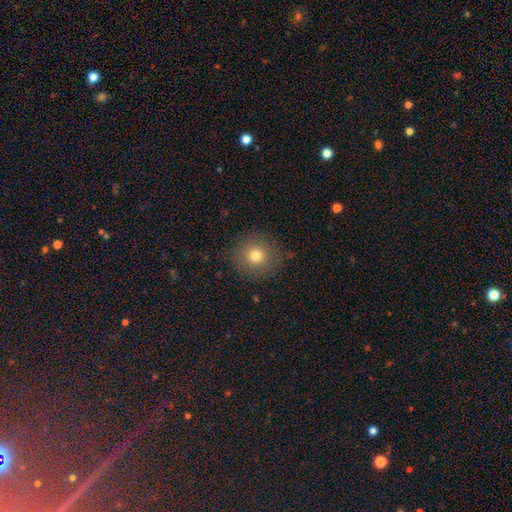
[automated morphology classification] Smooth or featured: smooth — 76% (star or artifact — 12%)
How rounded: round — 93% (in between — 6%)
Merging: none — 87% (minor disturbance — 9%)